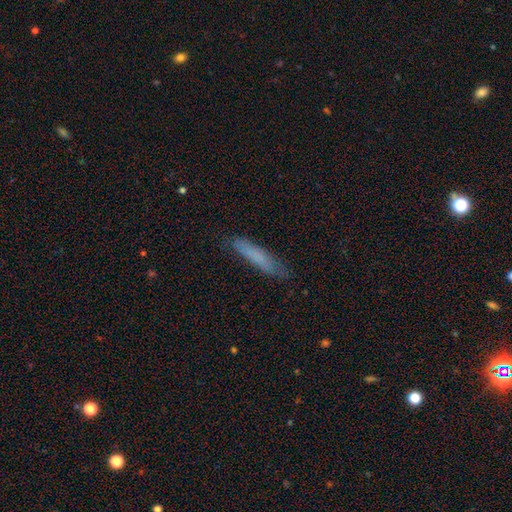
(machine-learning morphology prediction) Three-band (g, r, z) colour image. It shows a smooth galaxy with no disk features (71%) that is cigar-shaped (88%). Merging: none (79%).